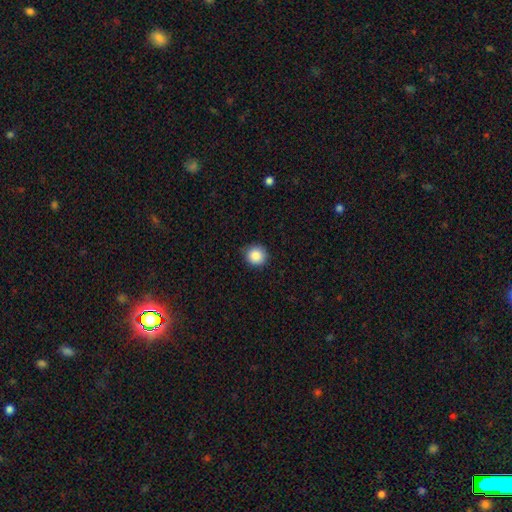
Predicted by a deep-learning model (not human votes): smooth-or-featured: smooth: 87% | star or artifact: 9% | featured or disk: 3%
  how-rounded: round: 93% | in between: 6% | cigar-shaped: 1%
  merging: none: 88% | minor disturbance: 9% | major disturbance: 2% | merger: 1%